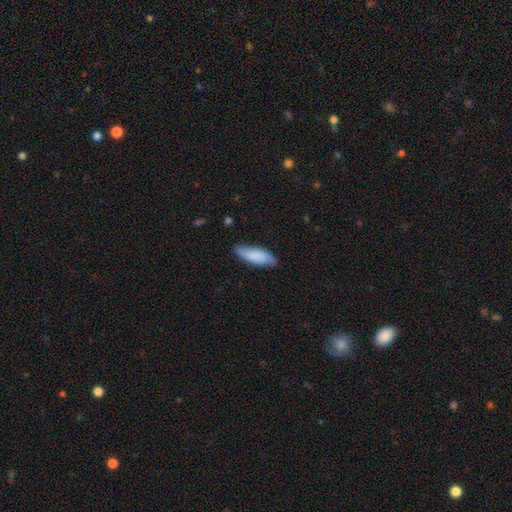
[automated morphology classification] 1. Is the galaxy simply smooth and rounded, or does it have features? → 79% smooth, 15% featured or disk, 6% star or artifact.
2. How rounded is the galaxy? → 55% in between, 43% cigar-shaped, 2% round.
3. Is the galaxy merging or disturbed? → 76% none, 20% minor disturbance, 3% major disturbance, 1% merger.